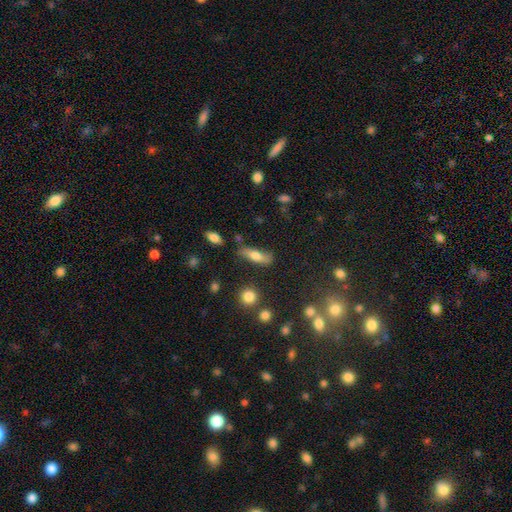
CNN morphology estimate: Q: Smooth or featured?
A: smooth (67%); runner-up: featured or disk (25%)
Q: How rounded?
A: in between (51%); runner-up: cigar-shaped (45%)
Q: Merging?
A: none (70%); runner-up: minor disturbance (19%)